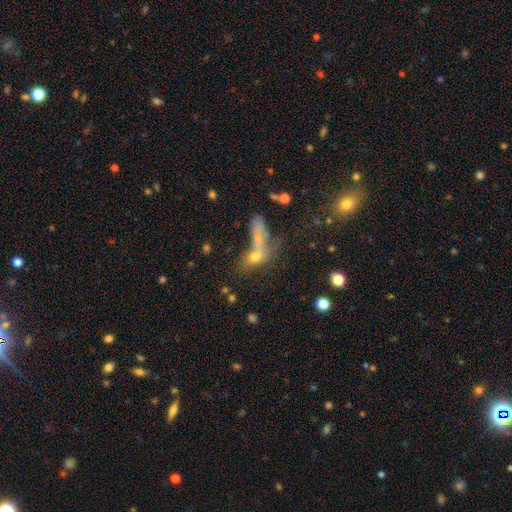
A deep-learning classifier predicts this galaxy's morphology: Smooth or featured: smooth — 57% (featured or disk — 22%)
How rounded: in between — 52% (cigar-shaped — 25%)
Merging: merger — 46% (none — 34%)